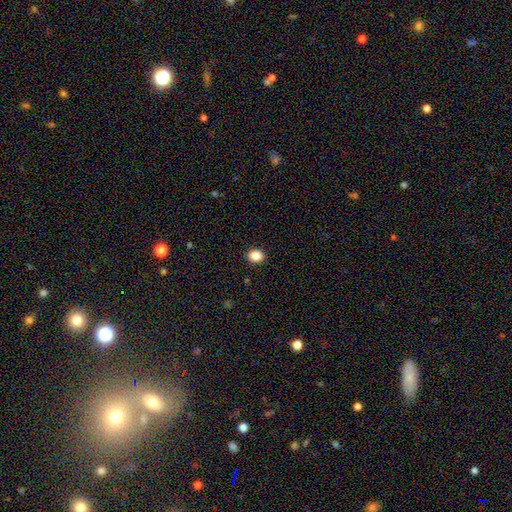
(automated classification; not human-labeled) smooth-or-featured: smooth: 86% | star or artifact: 10% | featured or disk: 4%
  how-rounded: round: 54% | in between: 45% | cigar-shaped: 1%
  merging: none: 91% | minor disturbance: 6% | major disturbance: 2% | merger: 1%